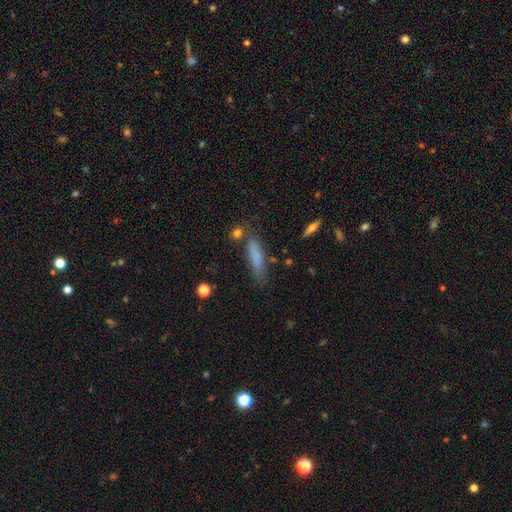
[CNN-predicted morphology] Smooth or featured? smooth (76%)
How rounded? cigar-shaped (77%)
Merging? none (69%)